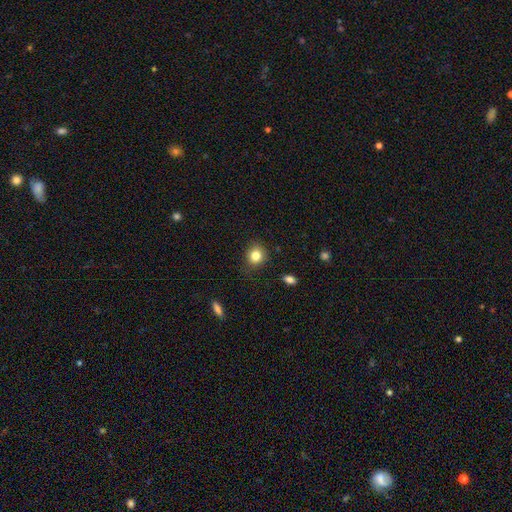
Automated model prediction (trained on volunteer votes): Morphology: type=smooth (82%); roundness=round (78%); merging=none (84%).